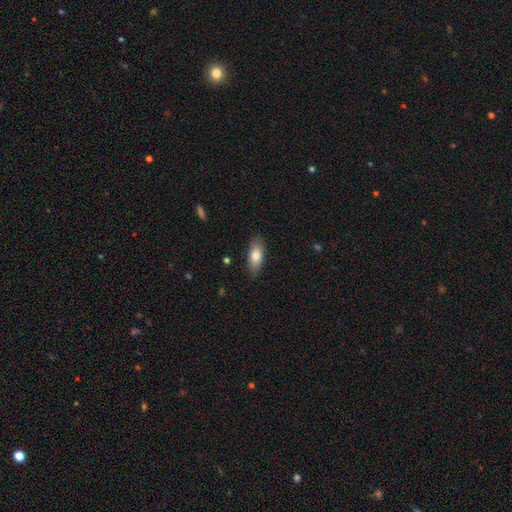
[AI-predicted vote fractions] Morphology: type=smooth (76%); roundness=in between (80%); merging=none (83%).